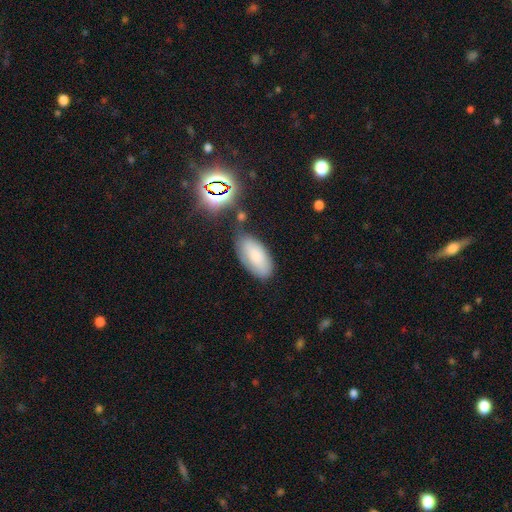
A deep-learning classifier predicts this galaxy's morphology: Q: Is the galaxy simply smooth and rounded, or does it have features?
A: smooth — 76%.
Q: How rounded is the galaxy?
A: in between — 93%.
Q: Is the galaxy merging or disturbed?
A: none — 69%.